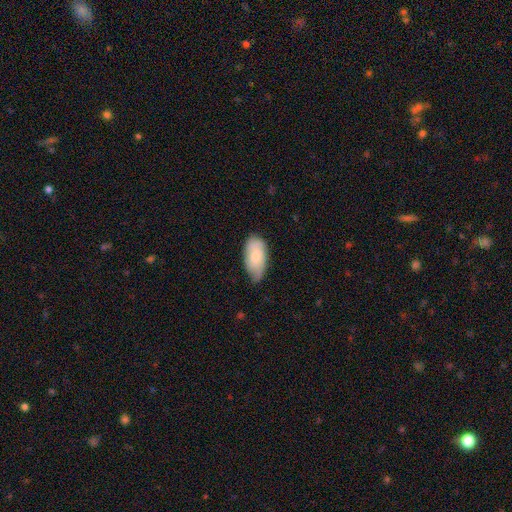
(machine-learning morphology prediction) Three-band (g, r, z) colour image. It shows a smooth galaxy with no disk features (74%) that is in between round and cigar-shaped (94%). Merging: none (61%).